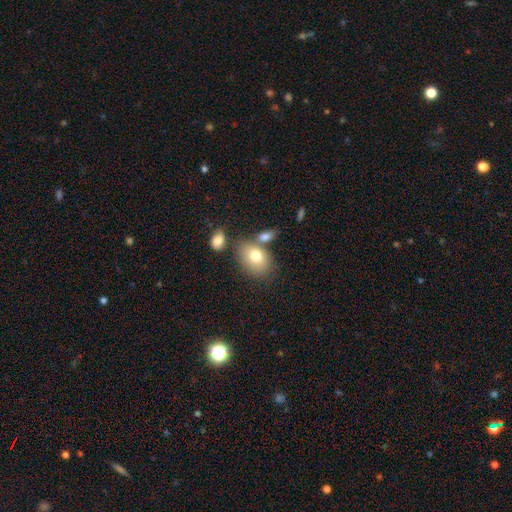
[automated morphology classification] Q: Smooth or featured?
A: smooth (76%); runner-up: featured or disk (15%)
Q: How rounded?
A: in between (75%); runner-up: round (23%)
Q: Merging?
A: none (57%); runner-up: merger (23%)